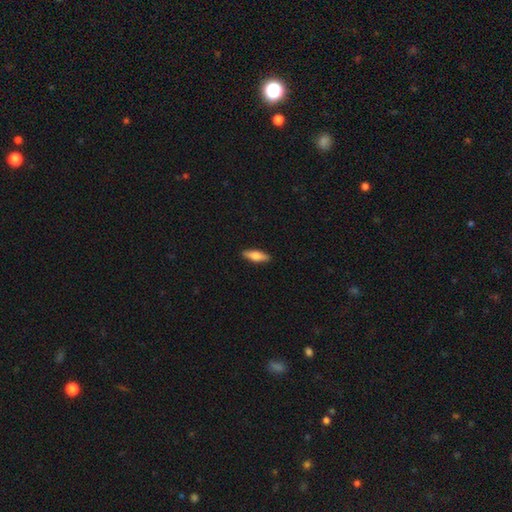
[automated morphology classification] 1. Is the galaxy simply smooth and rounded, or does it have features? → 72% smooth, 22% featured or disk, 6% star or artifact.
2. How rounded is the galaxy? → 52% in between, 46% cigar-shaped, 2% round.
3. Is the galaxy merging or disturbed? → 90% none, 7% minor disturbance, 2% major disturbance, 1% merger.